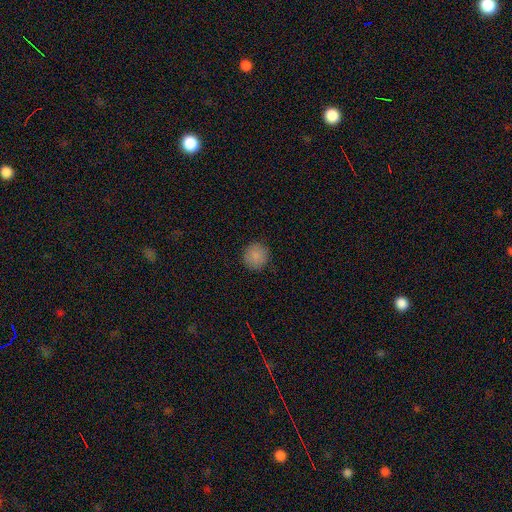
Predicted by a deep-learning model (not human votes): Overall: smooth (86%). How rounded: round (93%). Merging: none (88%).